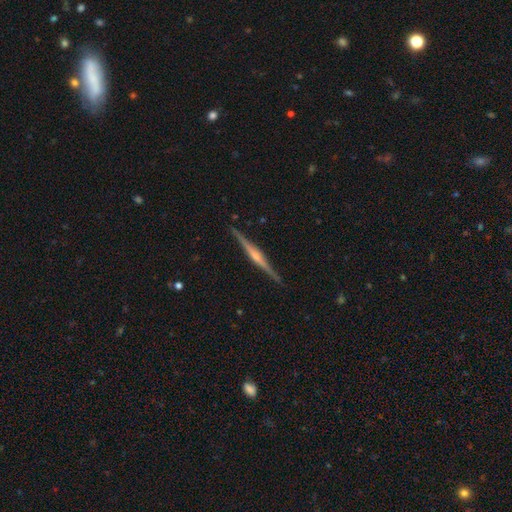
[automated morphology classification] Smooth or featured?
  - featured or disk: 85% *
  - smooth: 10%
  - star or artifact: 5%
Edge-on disk?
  - yes: 98% *
  - no: 2%
Edge-on bulge?
  - rounded: 76% *
  - boxy: 13%
  - none: 10%
Merging?
  - none: 92% *
  - minor disturbance: 6%
  - major disturbance: 1%
  - merger: 1%